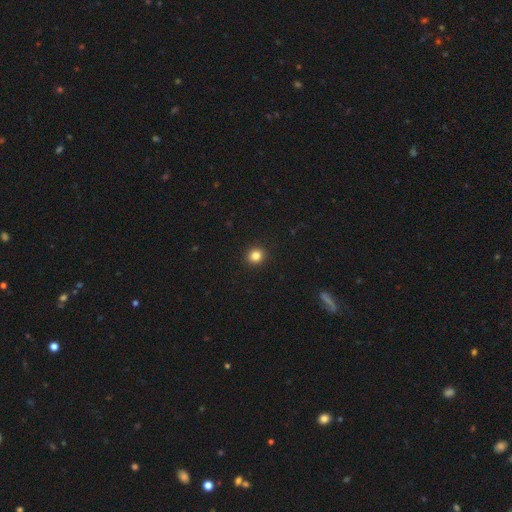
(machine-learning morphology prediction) smooth 84%, star or artifact 11%, featured or disk 5%. Down the decision tree: how rounded — round (84%); merging — none (93%).